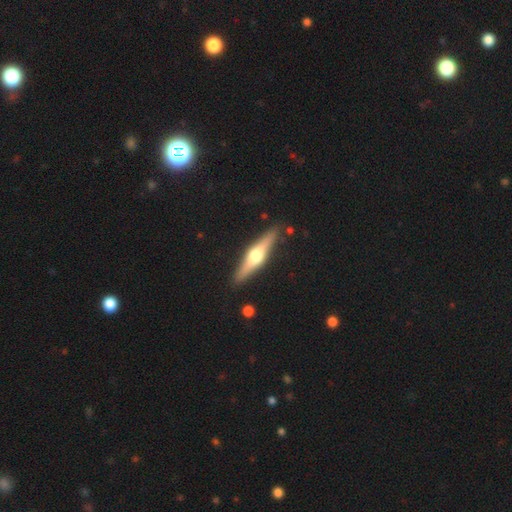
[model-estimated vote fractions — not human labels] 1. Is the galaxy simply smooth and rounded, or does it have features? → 67% featured or disk, 28% smooth, 5% star or artifact.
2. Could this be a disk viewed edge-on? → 96% yes, 4% no.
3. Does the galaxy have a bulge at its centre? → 93% rounded, 4% boxy, 2% none.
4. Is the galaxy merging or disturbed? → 88% none, 9% minor disturbance, 2% merger, 2% major disturbance.